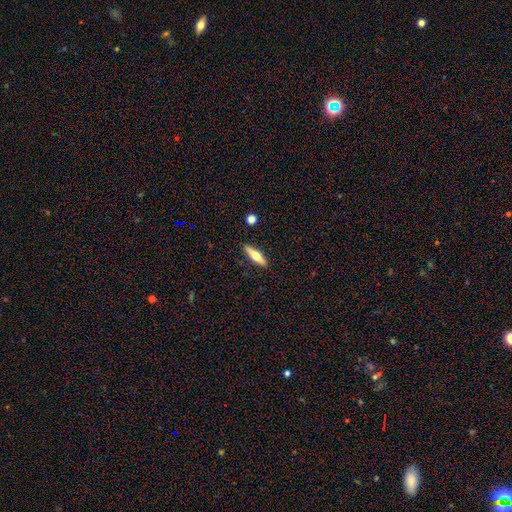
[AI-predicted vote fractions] smooth-or-featured: smooth: 49% | featured or disk: 45% | star or artifact: 6%
  merging: none: 89% | minor disturbance: 7% | major disturbance: 2% | merger: 2%